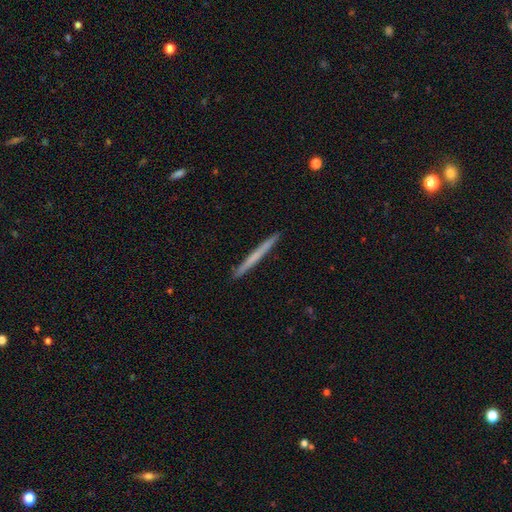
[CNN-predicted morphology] This is possibly a smooth galaxy (53%). How rounded: clearly cigar-shaped (97%). Merging: clearly none (93%).